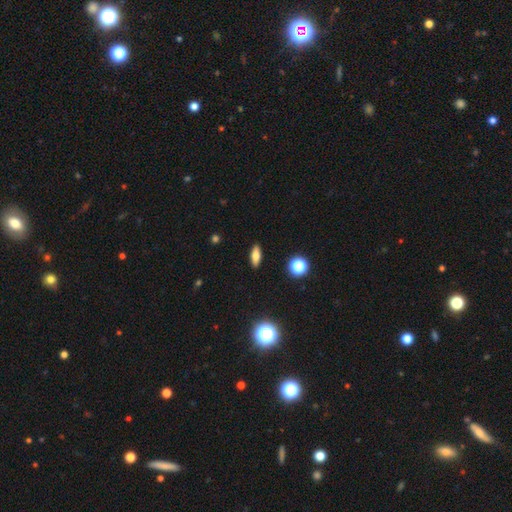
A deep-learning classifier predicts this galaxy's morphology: The model was most divided on "how rounded": in between: 64%, cigar-shaped: 31%, round: 5%. More confident: merging — none (90%); smooth or featured — smooth (73%).